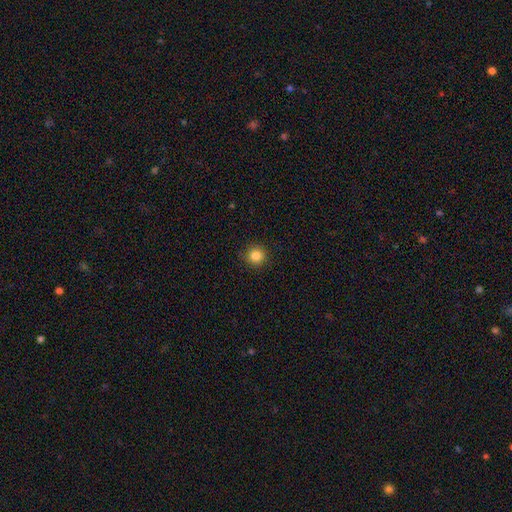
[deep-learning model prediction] Smooth or featured?
  - smooth: 84% *
  - star or artifact: 11%
  - featured or disk: 5%
How rounded?
  - round: 95% *
  - in between: 4%
  - cigar-shaped: 1%
Merging?
  - none: 91% *
  - minor disturbance: 6%
  - major disturbance: 2%
  - merger: 1%